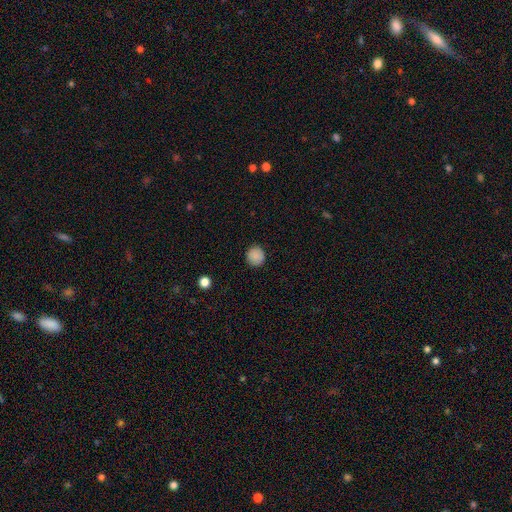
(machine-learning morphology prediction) Smooth or featured: smooth — 88% (star or artifact — 9%)
How rounded: round — 94% (in between — 5%)
Merging: none — 91% (minor disturbance — 6%)